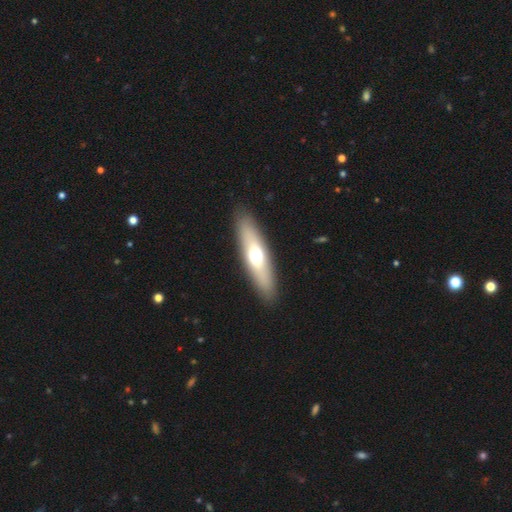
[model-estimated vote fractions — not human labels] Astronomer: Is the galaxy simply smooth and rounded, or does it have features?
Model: smooth — 54% (runner-up: featured or disk, 40%).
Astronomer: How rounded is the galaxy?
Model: cigar-shaped — 64%.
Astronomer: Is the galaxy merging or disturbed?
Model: none — 90%.